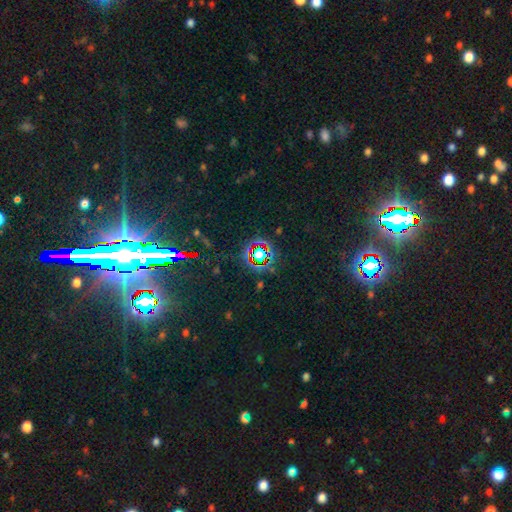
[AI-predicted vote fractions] A star or artifact, not a galaxy (72%).

Vote fractions:
- Smooth or featured? star or artifact: 72% / smooth: 18% / featured or disk: 10%